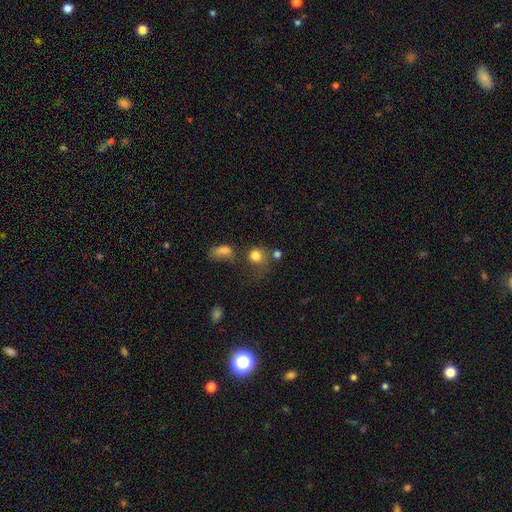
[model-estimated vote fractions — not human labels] Smooth or featured: smooth — 79% (star or artifact — 13%)
How rounded: round — 79% (in between — 19%)
Merging: none — 47% (merger — 21%)